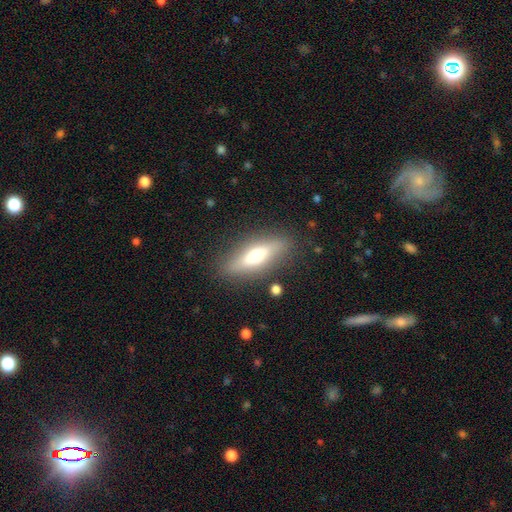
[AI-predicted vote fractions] smooth 54%, featured or disk 39%, star or artifact 7%. Down the decision tree: how rounded — cigar-shaped (50%); merging — none (84%).